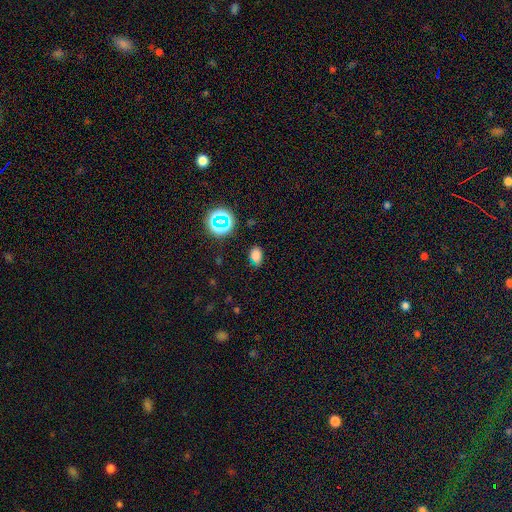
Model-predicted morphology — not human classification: The model was most divided on "merging": none: 69%, minor disturbance: 23%, major disturbance: 6%, merger: 3%. More confident: how rounded — in between (78%); smooth or featured — smooth (72%).